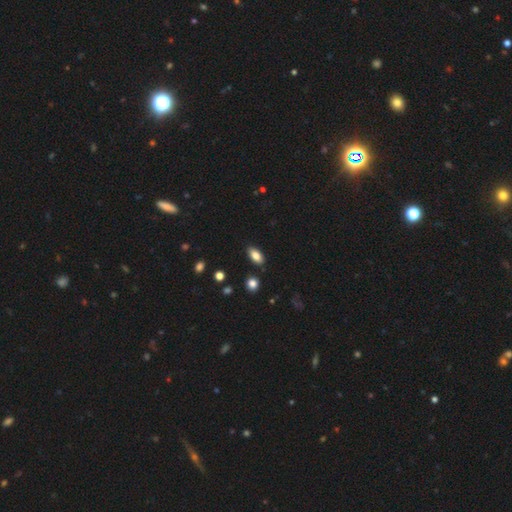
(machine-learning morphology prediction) Overall: smooth (83%). How rounded: in between (90%). Merging: none (86%).